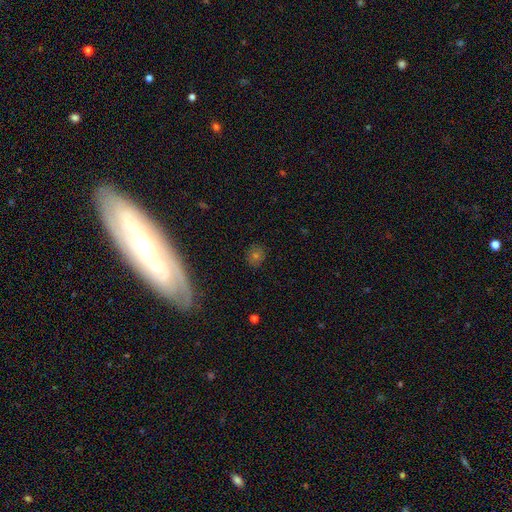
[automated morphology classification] Q: Smooth or featured?
A: smooth (53%); runner-up: featured or disk (26%)
Q: How rounded?
A: round (72%); runner-up: in between (25%)
Q: Merging?
A: none (83%); runner-up: minor disturbance (11%)